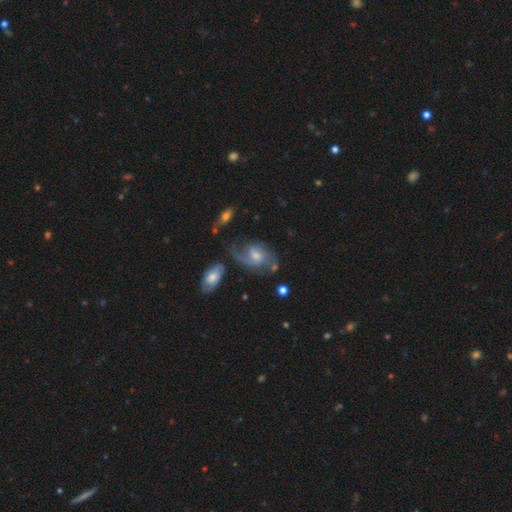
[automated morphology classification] Smooth or featured? Predicted: featured or disk (p=0.74). Edge-on disk? Predicted: no (p=0.96). Bar? Predicted: no (p=0.47). Spiral arms? Predicted: yes (p=0.91). Spiral winding? Predicted: medium (p=0.44). Spiral arm count? Predicted: 2 (p=0.54). Bulge size? Predicted: moderate (p=0.44). Merging? Predicted: none (p=0.45).